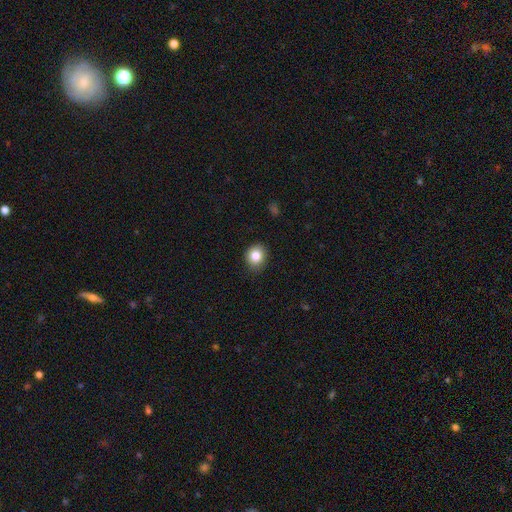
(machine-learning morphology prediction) Q: Smooth or featured?
A: smooth (83%); runner-up: star or artifact (10%)
Q: How rounded?
A: round (72%); runner-up: in between (28%)
Q: Merging?
A: none (87%); runner-up: minor disturbance (10%)